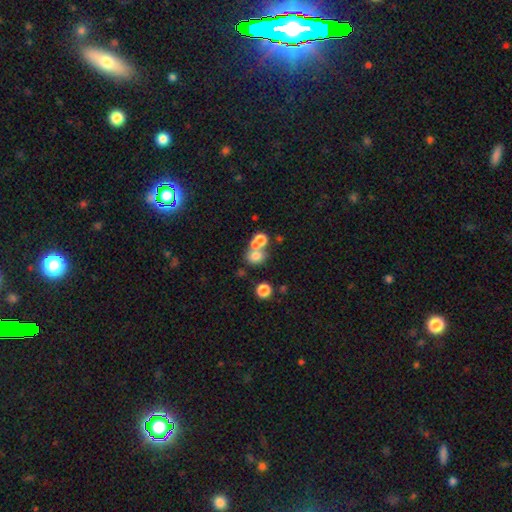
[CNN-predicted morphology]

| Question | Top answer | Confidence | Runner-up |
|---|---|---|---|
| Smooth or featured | smooth | 69% | featured or disk (17%) |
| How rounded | round | 63% | in between (36%) |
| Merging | merger | 54% | none (35%) |